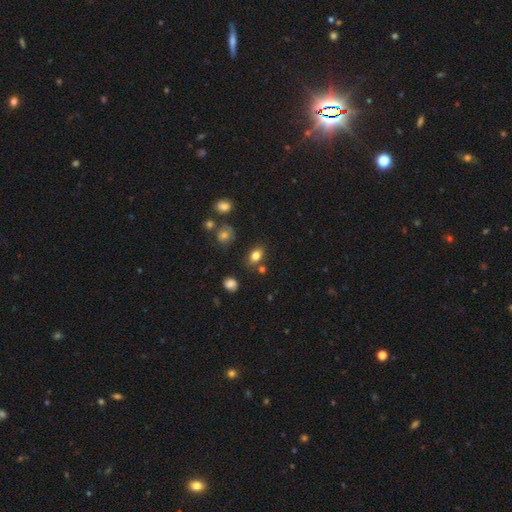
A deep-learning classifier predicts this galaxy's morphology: Q: Smooth or featured?
A: smooth (80%); runner-up: star or artifact (11%)
Q: How rounded?
A: in between (78%); runner-up: round (20%)
Q: Merging?
A: none (77%); runner-up: minor disturbance (13%)